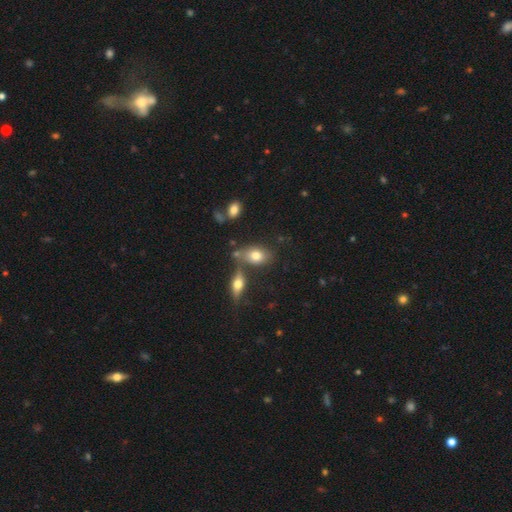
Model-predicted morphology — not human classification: Q: Smooth or featured?
A: smooth (73%); runner-up: featured or disk (18%)
Q: How rounded?
A: in between (83%); runner-up: round (14%)
Q: Merging?
A: none (60%); runner-up: merger (20%)